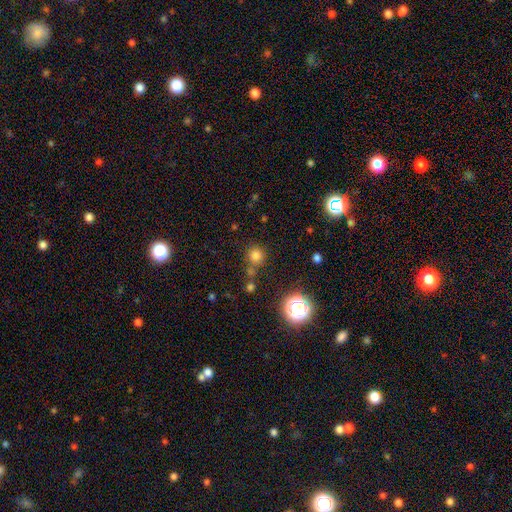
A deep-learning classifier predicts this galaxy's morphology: Overall: smooth (75%). How rounded: round (93%). Merging: none (73%).